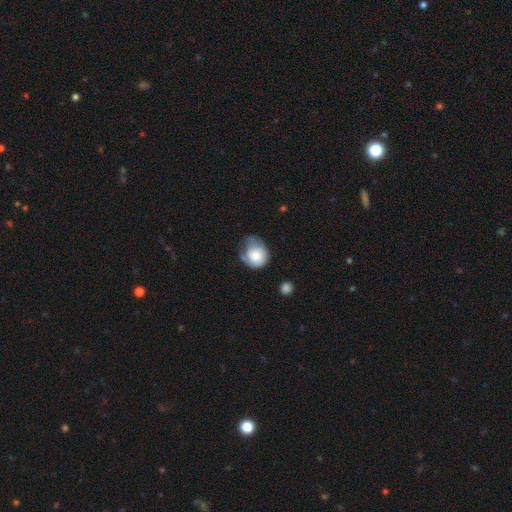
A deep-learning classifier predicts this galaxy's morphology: This appears to be a smooth galaxy with no disk features (72%) that is round (69%). Merging: minor disturbance (42%).